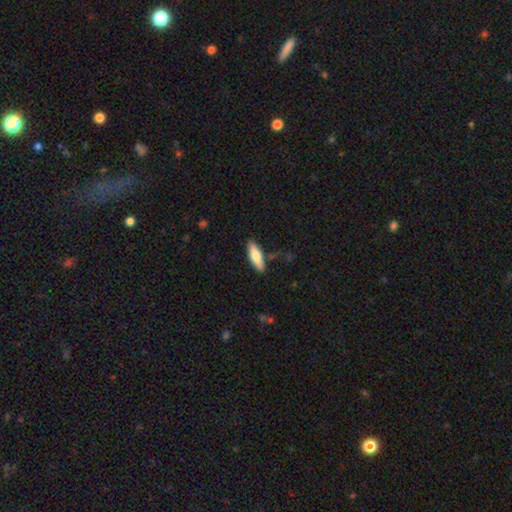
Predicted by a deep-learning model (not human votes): The model was most divided on "how rounded": in between: 55%, cigar-shaped: 43%, round: 2%. More confident: merging — none (84%); smooth or featured — smooth (75%).